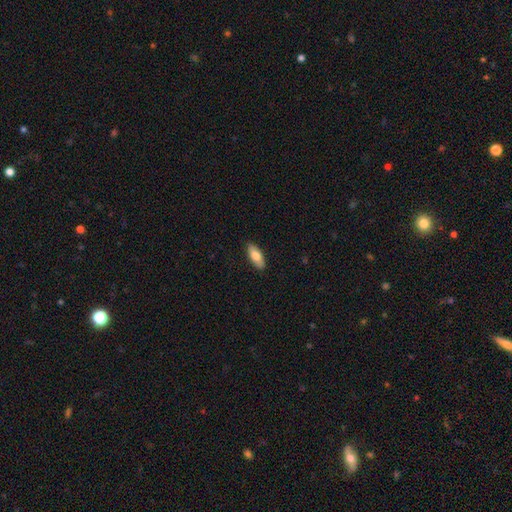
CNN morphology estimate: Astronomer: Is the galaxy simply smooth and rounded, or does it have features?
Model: smooth — 77%.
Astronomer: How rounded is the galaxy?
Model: in between — 77%.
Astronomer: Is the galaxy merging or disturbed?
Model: none — 89%.